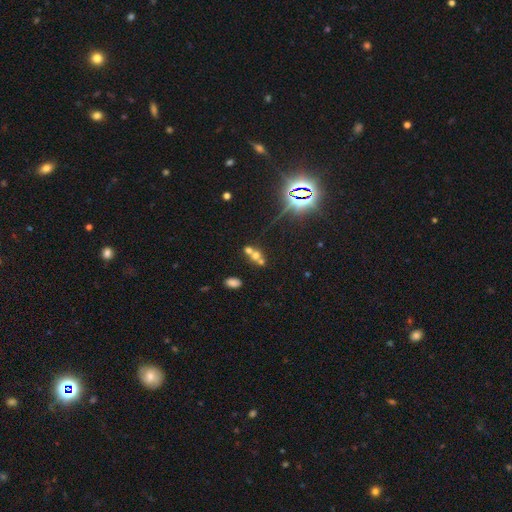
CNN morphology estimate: Smooth or featured?
  - smooth: 50% *
  - star or artifact: 26%
  - featured or disk: 24%
Merging?
  - merger: 59% *
  - none: 29%
  - minor disturbance: 7%
  - major disturbance: 5%